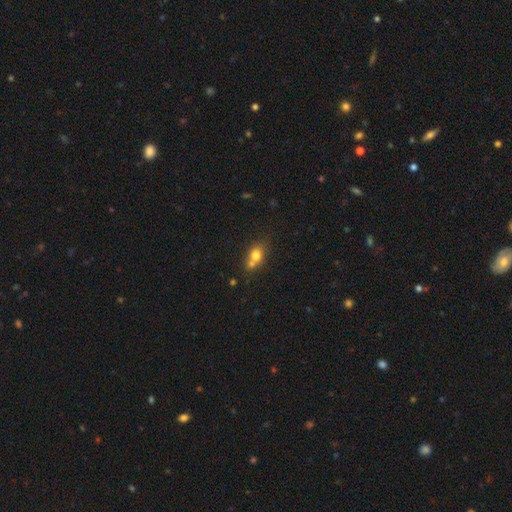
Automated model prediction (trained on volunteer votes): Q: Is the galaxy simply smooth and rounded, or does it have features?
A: smooth — 74%.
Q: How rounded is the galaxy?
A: round — 57%.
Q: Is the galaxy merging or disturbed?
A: merger — 48%.